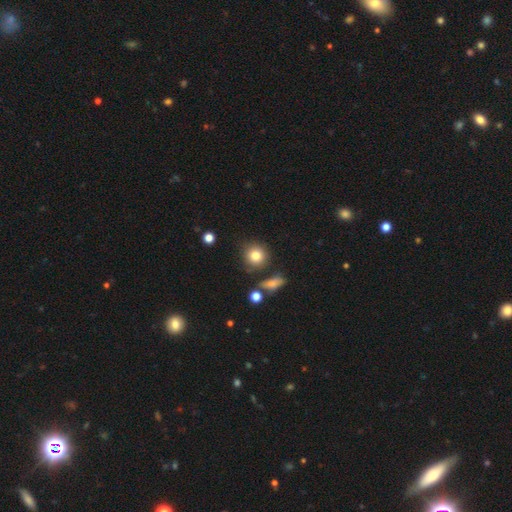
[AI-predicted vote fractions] smooth 82%, star or artifact 10%, featured or disk 8%. Down the decision tree: how rounded — round (89%); merging — none (77%).